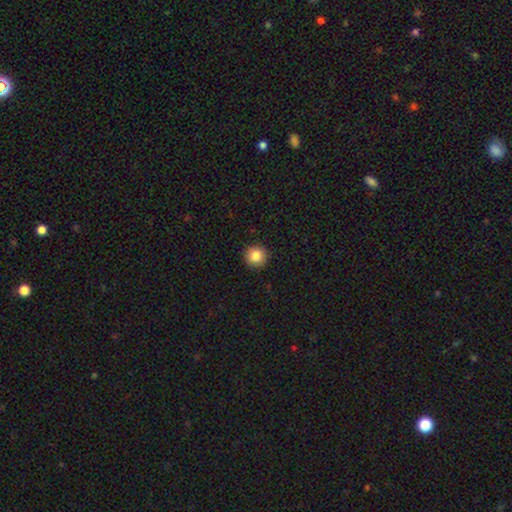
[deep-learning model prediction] A smooth galaxy with no disk features (85%) that is round (94%).

Vote fractions:
- Smooth or featured? smooth: 85% / star or artifact: 10% / featured or disk: 6%
- How rounded? round: 94% / in between: 5% / cigar-shaped: 1%
- Merging? none: 92% / minor disturbance: 5% / major disturbance: 2% / merger: 1%